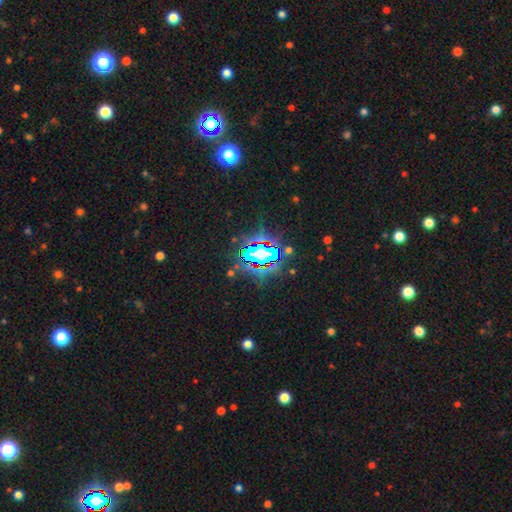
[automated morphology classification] smooth-or-featured: star or artifact: 82% | smooth: 11% | featured or disk: 8%